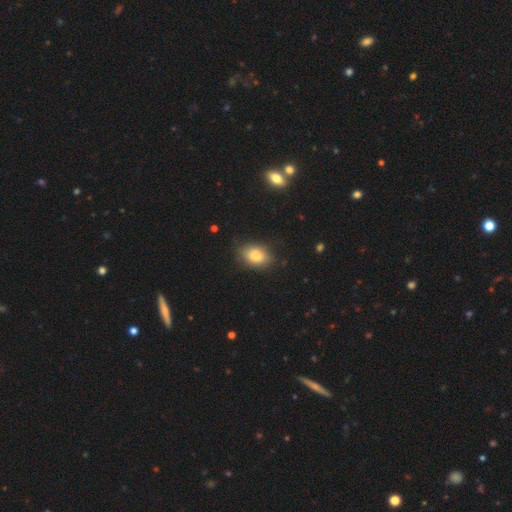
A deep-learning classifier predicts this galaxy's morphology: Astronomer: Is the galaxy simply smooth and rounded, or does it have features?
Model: smooth — 81%.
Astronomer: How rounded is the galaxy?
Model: in between — 80%.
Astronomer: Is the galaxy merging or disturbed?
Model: none — 79%.